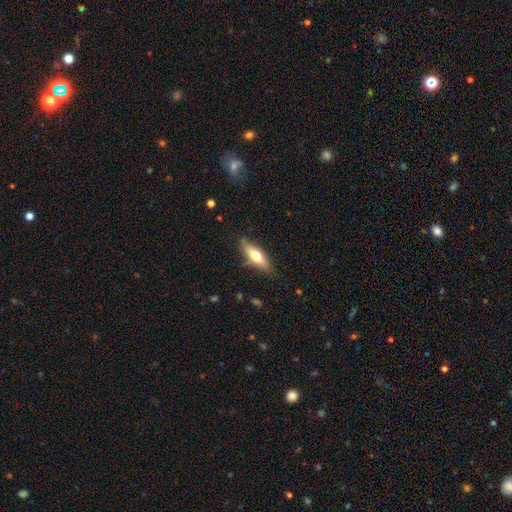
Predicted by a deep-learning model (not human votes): Smooth or featured?
  - smooth: 63% *
  - featured or disk: 31%
  - star or artifact: 6%
How rounded?
  - in between: 51% *
  - cigar-shaped: 47%
  - round: 2%
Merging?
  - none: 79% *
  - minor disturbance: 16%
  - major disturbance: 3%
  - merger: 2%